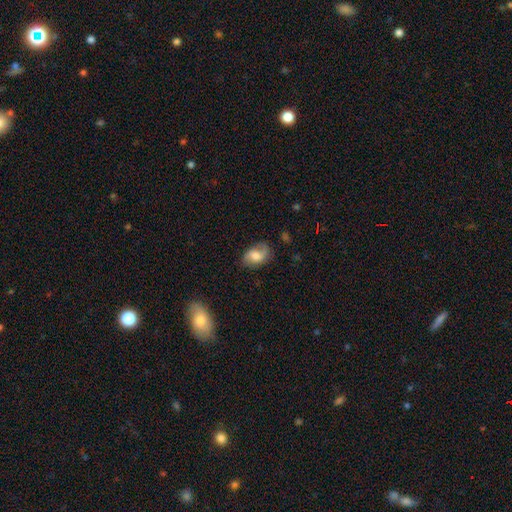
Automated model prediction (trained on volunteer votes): Smooth or featured? featured or disk (49%)
Merging? none (68%)